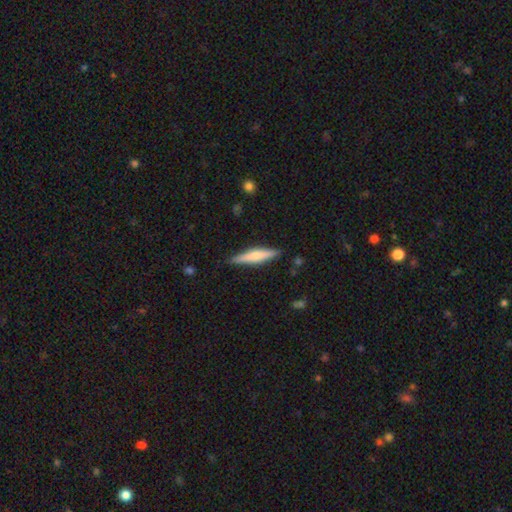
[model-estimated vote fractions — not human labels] This is possibly a smooth galaxy (52%). How rounded: clearly cigar-shaped (86%). Merging: clearly none (88%).